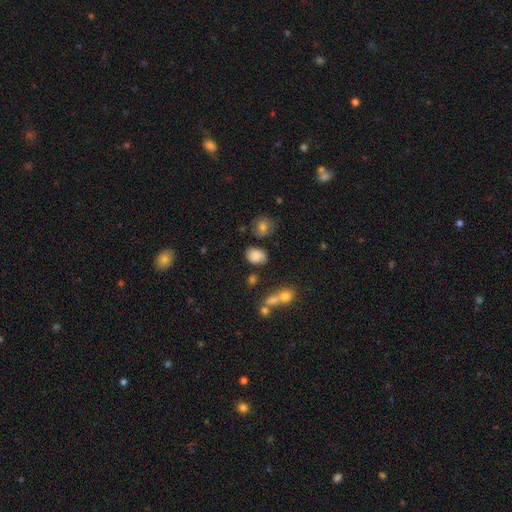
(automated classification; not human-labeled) Smooth or featured?
  - smooth: 75% *
  - featured or disk: 13%
  - star or artifact: 12%
How rounded?
  - in between: 59% *
  - round: 40%
  - cigar-shaped: 2%
Merging?
  - none: 61% *
  - minor disturbance: 23%
  - major disturbance: 9%
  - merger: 8%